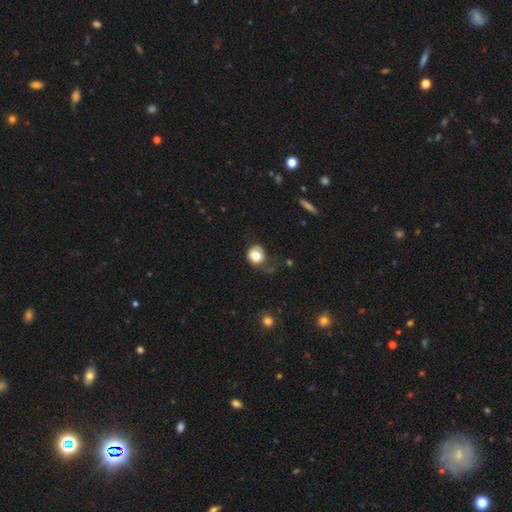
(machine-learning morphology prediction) Smooth or featured? smooth (77%)
How rounded? round (78%)
Merging? none (43%)